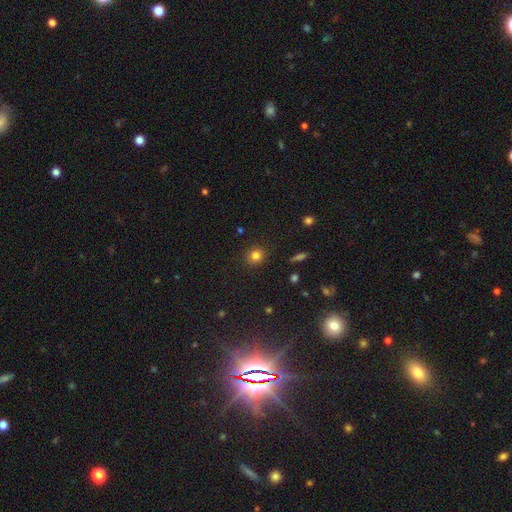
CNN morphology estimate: The model was most divided on "smooth or featured": smooth: 81%, star or artifact: 13%, featured or disk: 6%. More confident: merging — none (90%); how rounded — round (86%).